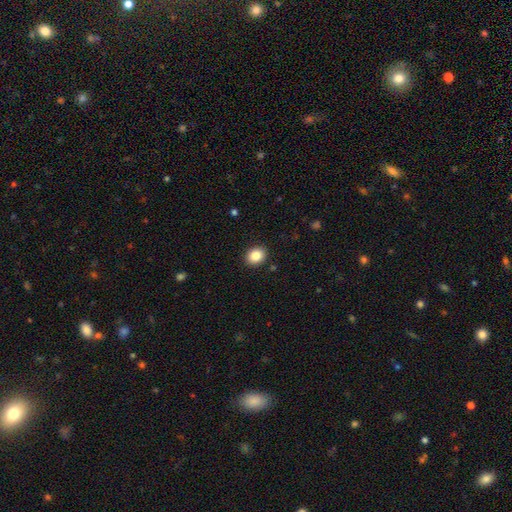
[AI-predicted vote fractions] Smooth or featured: smooth — 86% (star or artifact — 9%)
How rounded: round — 57% (in between — 43%)
Merging: none — 91% (minor disturbance — 6%)